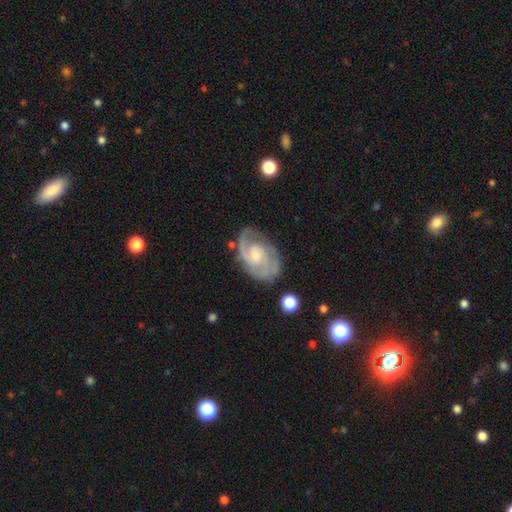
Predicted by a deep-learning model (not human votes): This is clearly a featured or disk galaxy (84%). It is clearly not viewed edge-on (97%). Bar: possibly no (53%). Spiral arm pattern: clearly yes (95%). Spiral arm count: likely 2 (63%). Spiral winding: possibly tight (46%). Central bulge: possibly small (56%). Merging: likely none (71%).